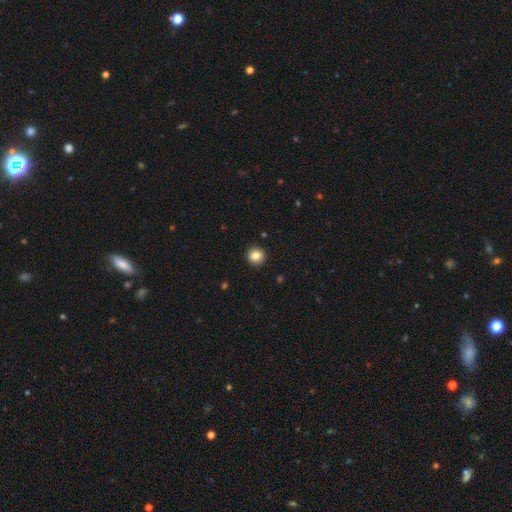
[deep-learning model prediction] Smooth or featured: smooth — 83% (star or artifact — 10%)
How rounded: round — 94% (in between — 5%)
Merging: none — 93% (minor disturbance — 5%)